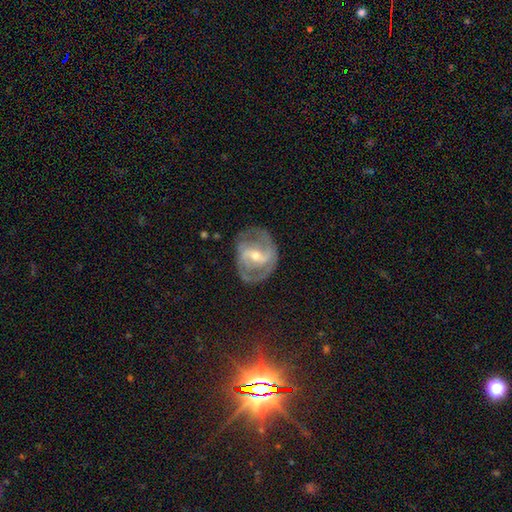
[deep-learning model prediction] Q: Smooth or featured?
A: featured or disk (85%); runner-up: smooth (9%)
Q: Edge-on disk?
A: no (97%); runner-up: yes (3%)
Q: Bar?
A: weak (46%); runner-up: strong (35%)
Q: Spiral arms?
A: yes (92%); runner-up: no (8%)
Q: Spiral winding?
A: medium (50%); runner-up: tight (32%)
Q: Spiral arm count?
A: 2 (77%); runner-up: can't tell (10%)
Q: Bulge size?
A: moderate (50%); runner-up: small (46%)
Q: Merging?
A: none (70%); runner-up: minor disturbance (19%)